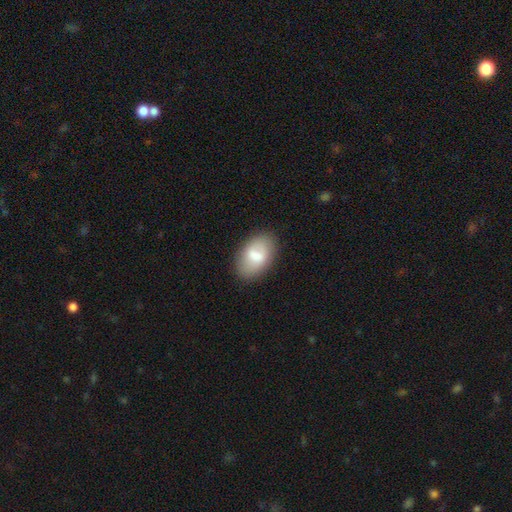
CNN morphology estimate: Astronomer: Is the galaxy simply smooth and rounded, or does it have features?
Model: smooth — 66%.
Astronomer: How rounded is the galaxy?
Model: in between — 91%.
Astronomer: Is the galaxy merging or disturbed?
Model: none — 80%.